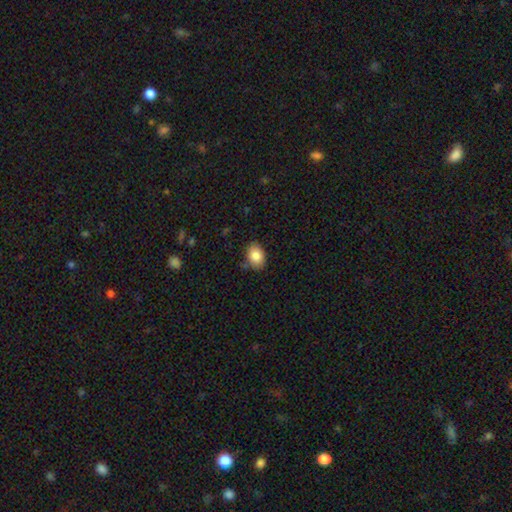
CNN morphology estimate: This is clearly a smooth galaxy (85%). How rounded: likely in between (75%). Merging: likely none (79%).